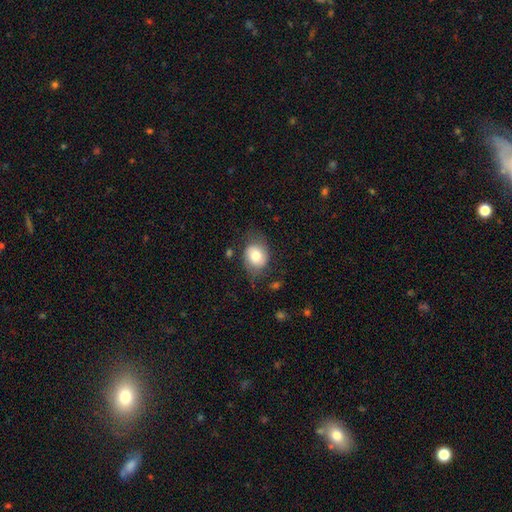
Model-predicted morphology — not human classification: The model was most divided on "how rounded": in between: 51%, round: 48%, cigar-shaped: 1%. More confident: smooth or featured — smooth (73%); merging — none (62%).